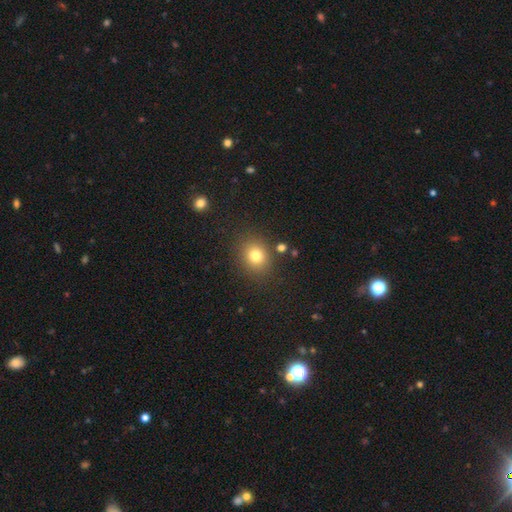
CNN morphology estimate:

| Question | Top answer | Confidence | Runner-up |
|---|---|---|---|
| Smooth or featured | smooth | 79% | star or artifact (14%) |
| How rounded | round | 74% | in between (25%) |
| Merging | none | 85% | minor disturbance (9%) |